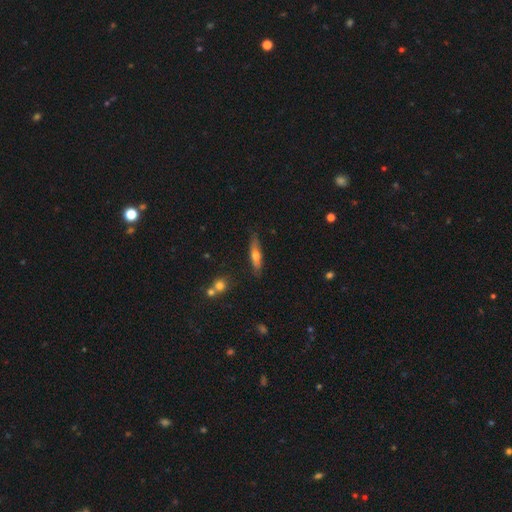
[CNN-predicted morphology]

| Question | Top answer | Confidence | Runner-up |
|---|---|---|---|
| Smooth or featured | smooth | 55% | featured or disk (39%) |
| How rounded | cigar-shaped | 71% | in between (27%) |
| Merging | none | 82% | minor disturbance (14%) |